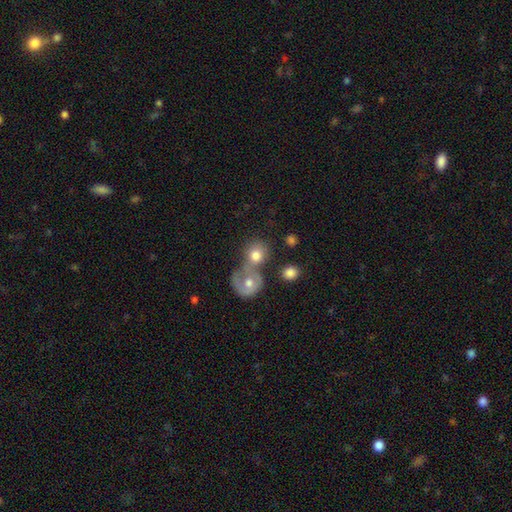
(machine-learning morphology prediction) smooth 69%, featured or disk 23%, star or artifact 8%. Down the decision tree: how rounded — round (76%); merging — merger (56%).